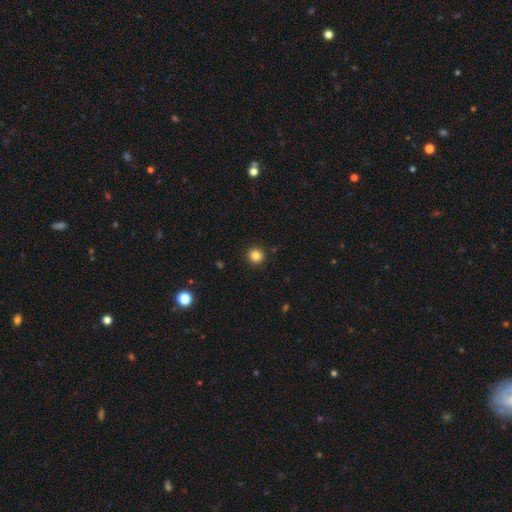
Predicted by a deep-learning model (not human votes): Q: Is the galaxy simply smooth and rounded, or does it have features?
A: smooth — 84%.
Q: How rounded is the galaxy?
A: round — 95%.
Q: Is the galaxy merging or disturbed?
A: none — 92%.